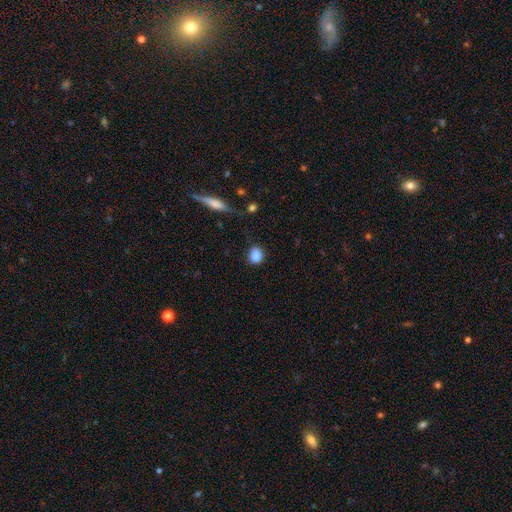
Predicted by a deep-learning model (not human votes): This appears to be a smooth galaxy with no disk features (87%) that is round (64%). Merging: none (78%).